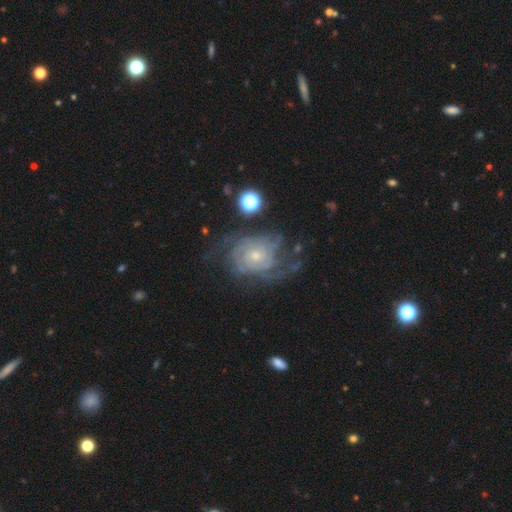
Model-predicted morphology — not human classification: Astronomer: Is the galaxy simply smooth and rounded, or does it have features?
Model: featured or disk — 84%.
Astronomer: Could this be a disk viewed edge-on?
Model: no — 97%.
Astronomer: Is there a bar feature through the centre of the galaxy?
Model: no — 75%.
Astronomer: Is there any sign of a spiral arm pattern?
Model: yes — 92%.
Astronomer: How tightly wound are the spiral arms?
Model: tight — 58%.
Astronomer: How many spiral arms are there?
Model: can't tell — 41% (runner-up: 2, 21%).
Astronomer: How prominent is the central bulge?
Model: small — 56% (runner-up: moderate, 38%).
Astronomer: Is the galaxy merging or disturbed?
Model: none — 53%.